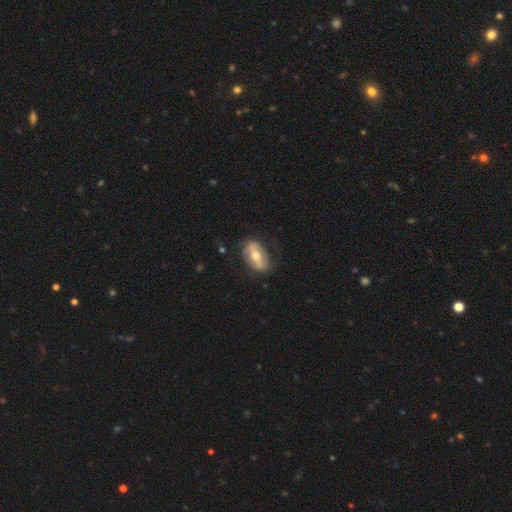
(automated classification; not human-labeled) This is likely a featured or disk galaxy (62%). It is clearly not viewed edge-on (82%). Bar: likely strong (64%). Spiral arm pattern: likely no (63%). Central bulge: likely moderate (70%). Merging: likely none (74%).